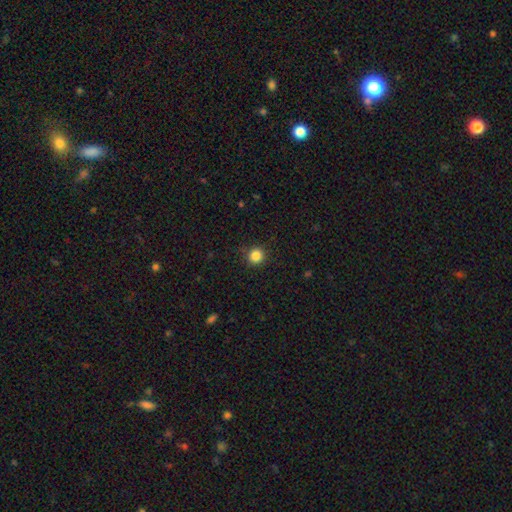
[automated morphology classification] The model was most divided on "smooth or featured": smooth: 85%, star or artifact: 11%, featured or disk: 4%. More confident: how rounded — round (93%); merging — none (90%).